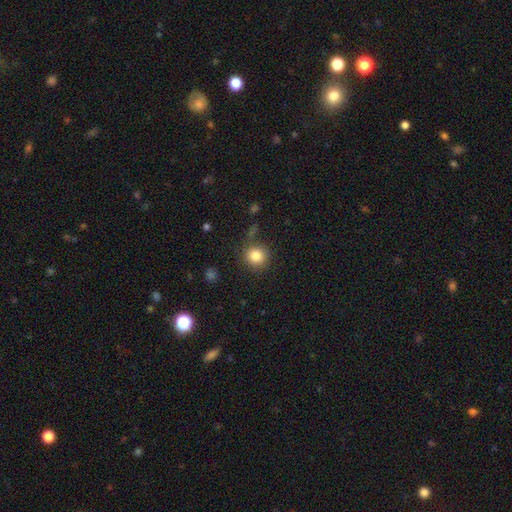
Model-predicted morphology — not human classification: This is clearly a smooth galaxy (84%). How rounded: clearly round (90%). Merging: clearly none (83%).